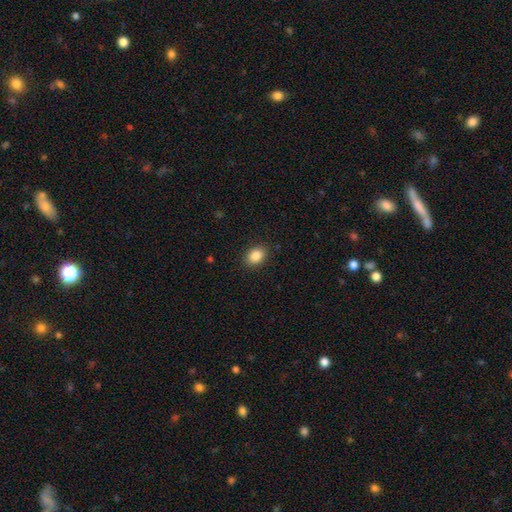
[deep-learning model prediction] A smooth galaxy with no disk features (87%) that is in between round and cigar-shaped (68%).

Vote fractions:
- Smooth or featured? smooth: 87% / star or artifact: 9% / featured or disk: 5%
- How rounded? in between: 68% / round: 31% / cigar-shaped: 1%
- Merging? none: 89% / minor disturbance: 8% / major disturbance: 2% / merger: 1%